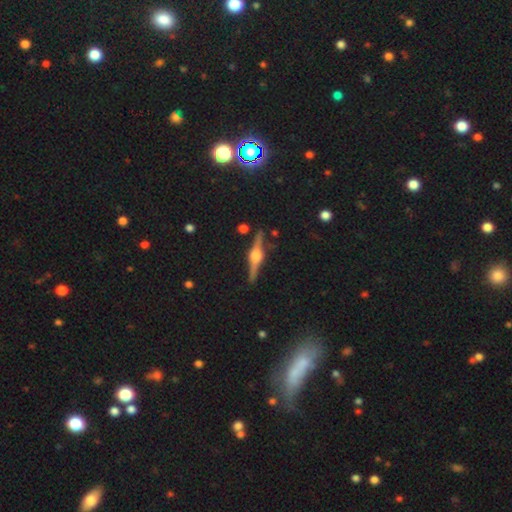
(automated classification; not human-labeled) smooth-or-featured: featured or disk: 88% | smooth: 7% | star or artifact: 6%
  disk-edge-on: yes: 98% | no: 2%
    edge-on-bulge: rounded: 94% | boxy: 5% | none: 1%
  merging: none: 89% | minor disturbance: 7% | merger: 2% | major disturbance: 2%